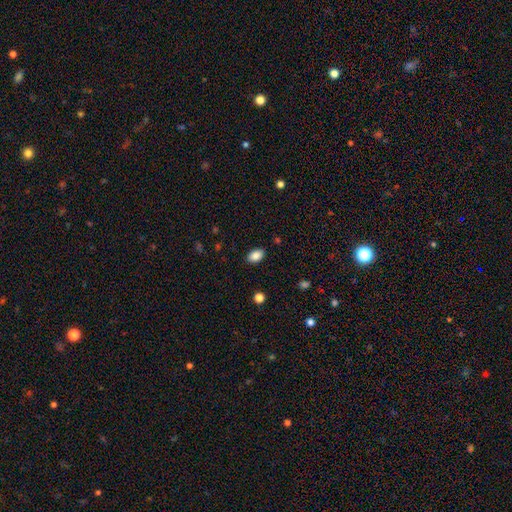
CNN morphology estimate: smooth_or_featured: smooth (p=0.87) [alt: star or artifact p=0.09]
how_rounded: in between (p=0.88) [alt: round p=0.10]
merging: none (p=0.88) [alt: minor disturbance p=0.09]